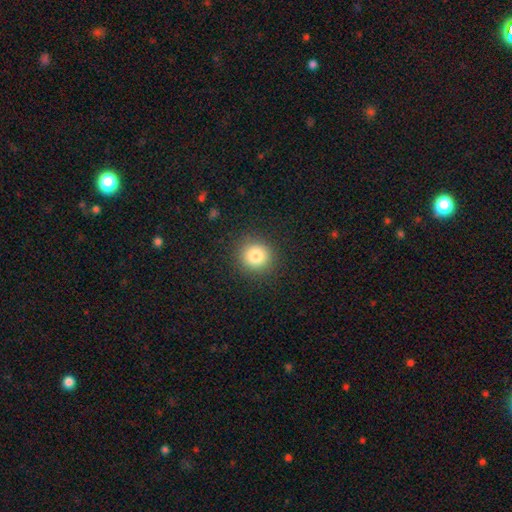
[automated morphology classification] Smooth or featured?
  - smooth: 82% *
  - star or artifact: 11%
  - featured or disk: 7%
How rounded?
  - round: 91% *
  - in between: 8%
  - cigar-shaped: 1%
Merging?
  - none: 89% *
  - minor disturbance: 7%
  - major disturbance: 3%
  - merger: 1%